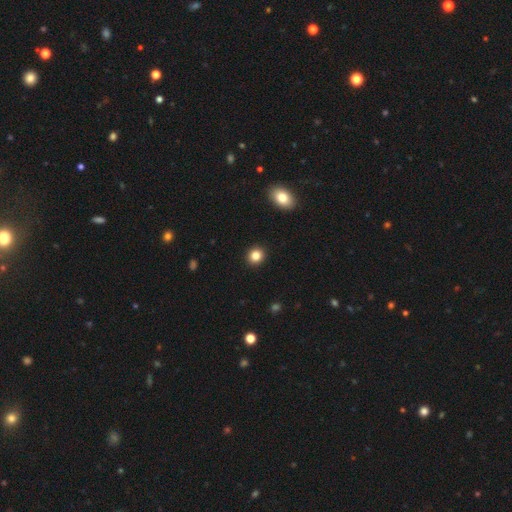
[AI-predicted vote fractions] Overall: smooth (84%). How rounded: round (82%). Merging: none (92%).